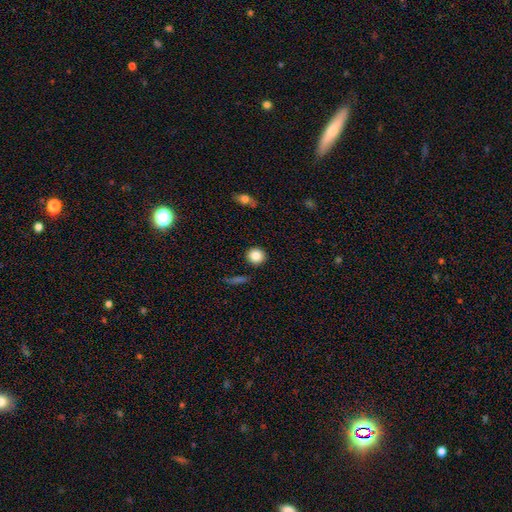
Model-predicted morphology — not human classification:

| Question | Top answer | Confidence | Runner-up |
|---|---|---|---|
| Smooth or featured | smooth | 85% | star or artifact (9%) |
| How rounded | round | 90% | in between (9%) |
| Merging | none | 90% | minor disturbance (6%) |